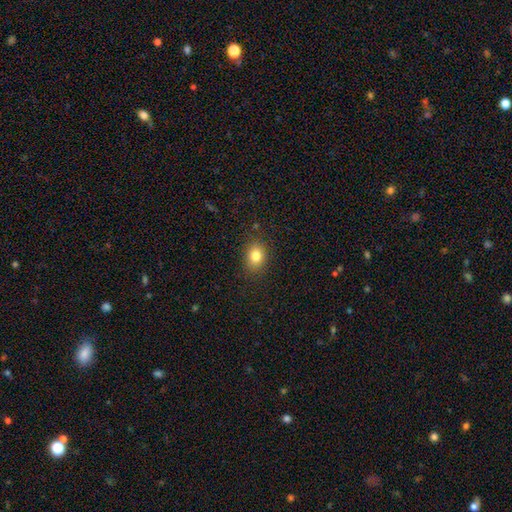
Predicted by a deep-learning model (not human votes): smooth_or_featured: smooth (p=0.82) [alt: star or artifact p=0.11]
how_rounded: in between (p=0.58) [alt: round p=0.41]
merging: none (p=0.86) [alt: minor disturbance p=0.10]